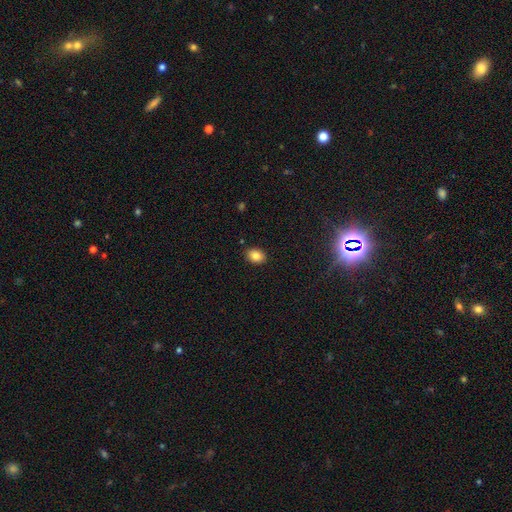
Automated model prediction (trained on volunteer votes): This appears to be a smooth galaxy with no disk features (84%) that is in between round and cigar-shaped (70%). Merging: none (88%).